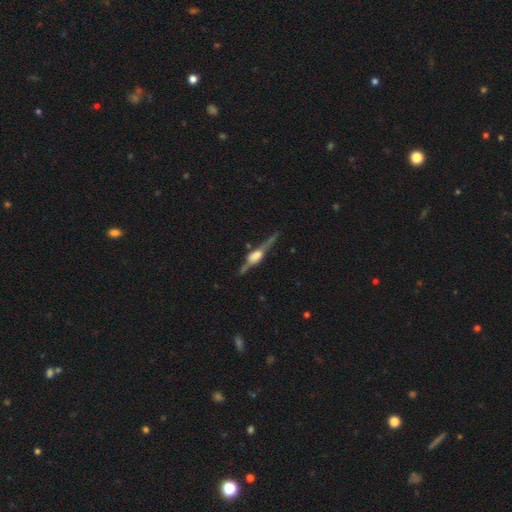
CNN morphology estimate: Overall: featured or disk (78%). Edge-on disk: yes (94%). Edge-on bulge: rounded (68%; boxy 29%). Merging: none (69%).